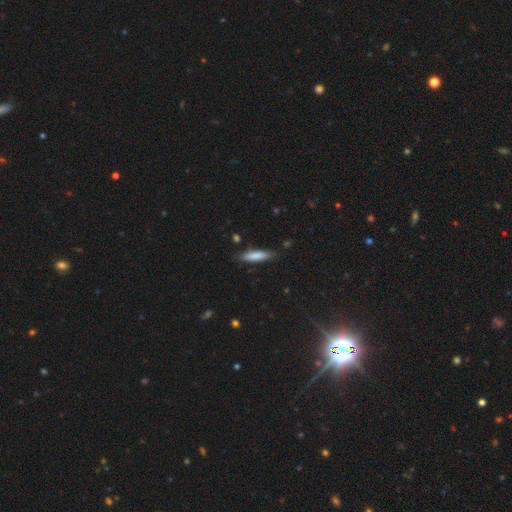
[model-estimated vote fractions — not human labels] Smooth or featured? Predicted: smooth (p=0.79). How rounded? Predicted: cigar-shaped (p=0.77). Merging? Predicted: none (p=0.81).